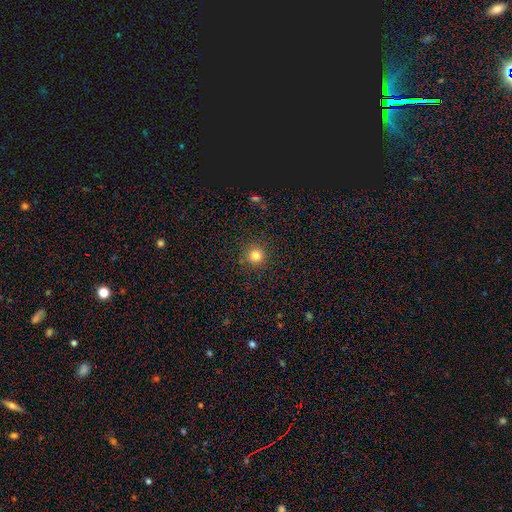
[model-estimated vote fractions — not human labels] Overall: smooth (82%). How rounded: round (95%). Merging: none (89%).